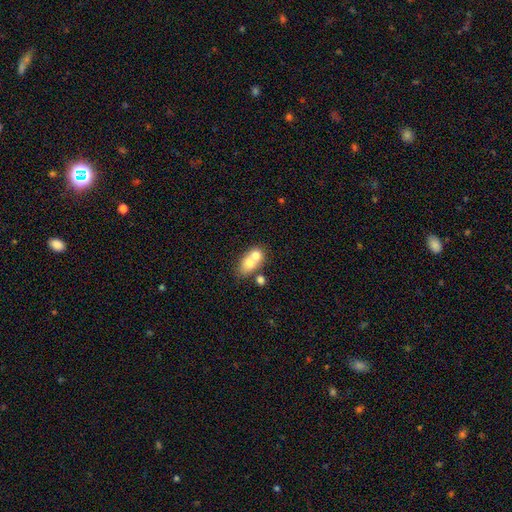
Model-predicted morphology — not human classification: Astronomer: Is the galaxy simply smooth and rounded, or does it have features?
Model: smooth — 68%.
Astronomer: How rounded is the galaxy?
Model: in between — 54% (runner-up: round, 44%).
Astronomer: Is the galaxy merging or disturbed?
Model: merger — 63%.